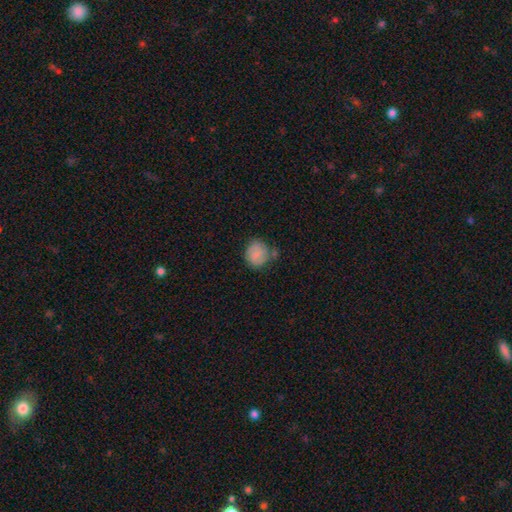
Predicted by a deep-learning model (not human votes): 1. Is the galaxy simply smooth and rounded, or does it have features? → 73% smooth, 19% featured or disk, 8% star or artifact.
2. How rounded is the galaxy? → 77% round, 22% in between, 1% cigar-shaped.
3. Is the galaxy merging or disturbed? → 58% none, 25% minor disturbance, 9% merger, 8% major disturbance.